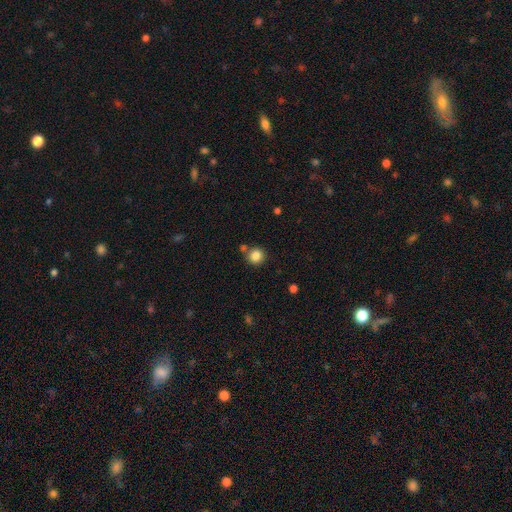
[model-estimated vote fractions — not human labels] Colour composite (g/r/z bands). It shows a smooth galaxy with no disk features (84%) that is round (91%). Merging: none (75%).